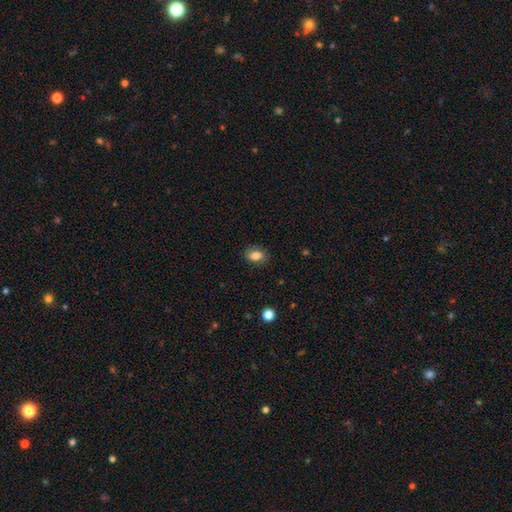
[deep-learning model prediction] This appears to be a smooth galaxy with no disk features (83%) that is in between round and cigar-shaped (79%). Merging: none (84%).